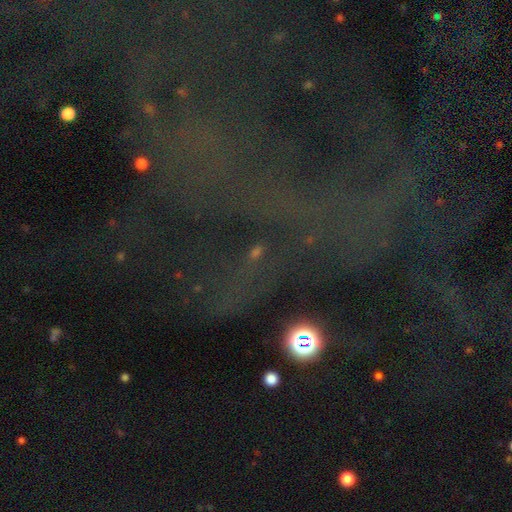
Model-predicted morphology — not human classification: This is likely a star or artifact rather than a galaxy (67%).